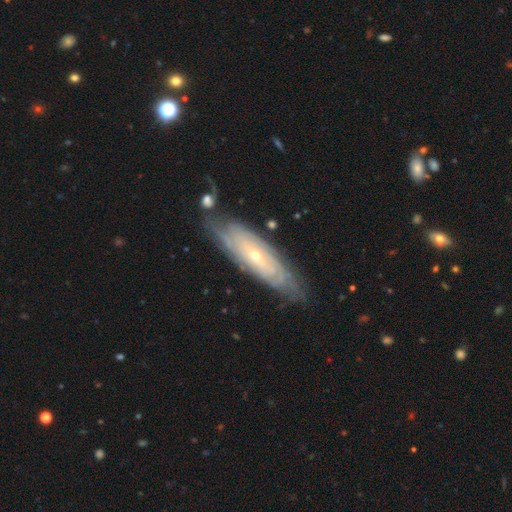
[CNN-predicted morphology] Smooth or featured? Predicted: featured or disk (p=0.78). Edge-on disk? Predicted: no (p=0.79). Bar? Predicted: no (p=0.72). Spiral arms? Predicted: yes (p=0.88). Spiral winding? Predicted: tight (p=0.77). Spiral arm count? Predicted: can't tell (p=0.64). Bulge size? Predicted: small (p=0.73). Merging? Predicted: none (p=0.74).